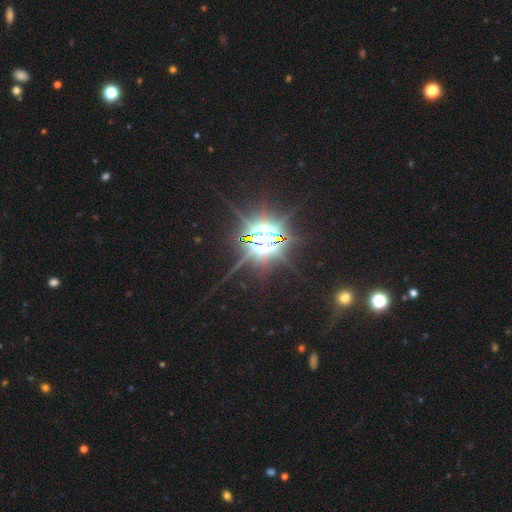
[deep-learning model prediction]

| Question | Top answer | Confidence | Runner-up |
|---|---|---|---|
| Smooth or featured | star or artifact | 80% | featured or disk (13%) |